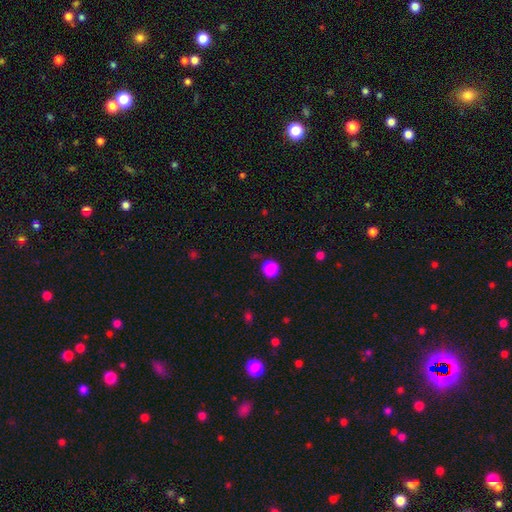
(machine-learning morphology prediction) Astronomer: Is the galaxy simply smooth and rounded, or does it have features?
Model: smooth — 86%.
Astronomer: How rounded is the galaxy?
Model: round — 89%.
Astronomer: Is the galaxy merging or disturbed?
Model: none — 89%.